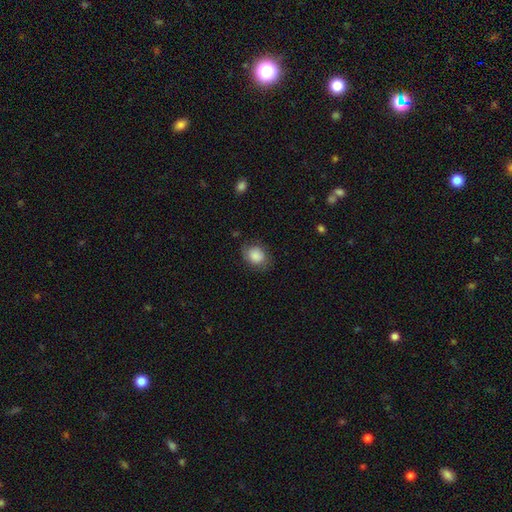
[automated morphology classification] A smooth galaxy with no disk features (83%) that is in between round and cigar-shaped (51%).

Vote fractions:
- Smooth or featured? smooth: 83% / featured or disk: 10% / star or artifact: 7%
- How rounded? in between: 51% / round: 48% / cigar-shaped: 1%
- Merging? none: 71% / minor disturbance: 21% / major disturbance: 7% / merger: 1%